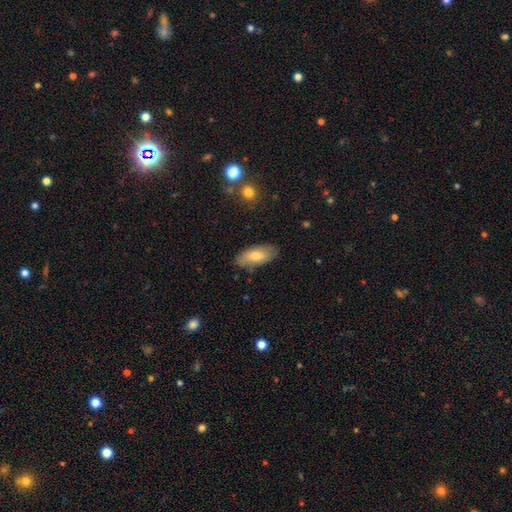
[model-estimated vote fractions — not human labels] The model was most divided on "smooth or featured": smooth: 70%, featured or disk: 24%, star or artifact: 6%. More confident: how rounded — in between (87%); merging — none (82%).